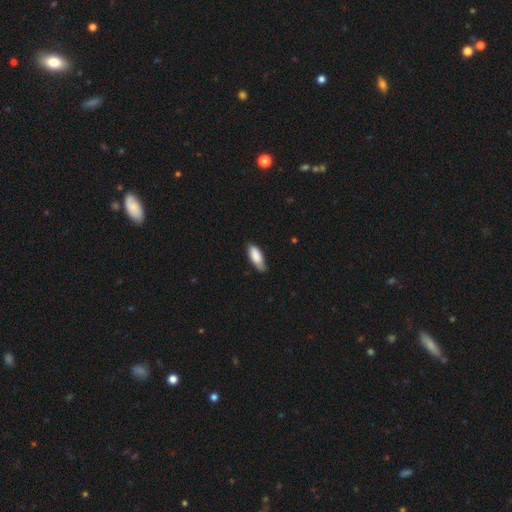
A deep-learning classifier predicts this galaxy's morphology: Q: Smooth or featured?
A: smooth (86%); runner-up: featured or disk (8%)
Q: How rounded?
A: in between (77%); runner-up: cigar-shaped (22%)
Q: Merging?
A: none (68%); runner-up: minor disturbance (27%)